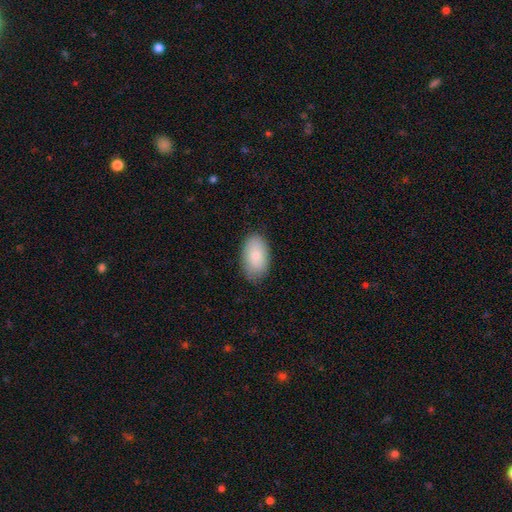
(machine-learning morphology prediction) smooth 83%, featured or disk 10%, star or artifact 7%. Down the decision tree: how rounded — in between (94%); merging — none (83%).